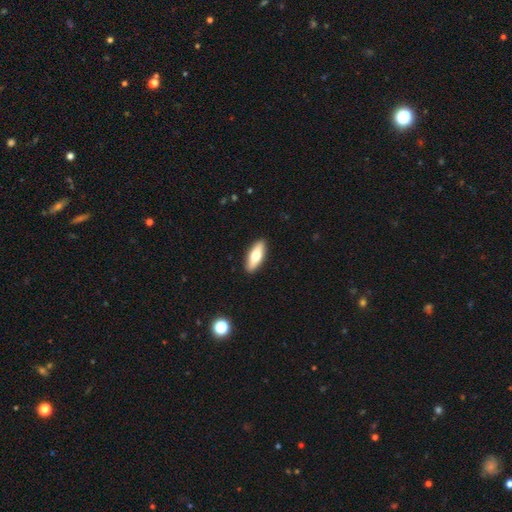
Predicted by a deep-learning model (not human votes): Q: Smooth or featured?
A: smooth (65%); runner-up: featured or disk (29%)
Q: How rounded?
A: in between (64%); runner-up: cigar-shaped (34%)
Q: Merging?
A: none (91%); runner-up: minor disturbance (7%)